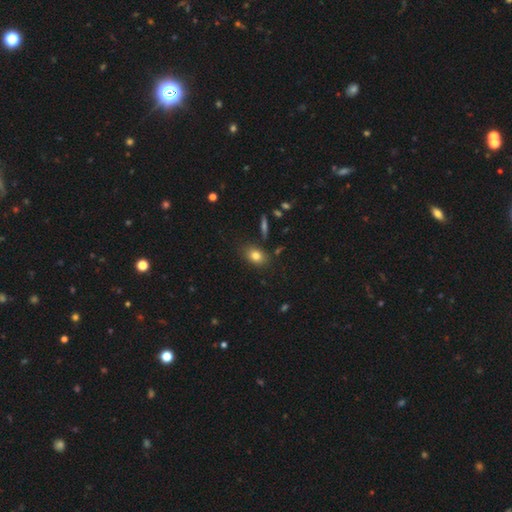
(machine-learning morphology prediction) Smooth or featured: smooth — 80% (star or artifact — 10%)
How rounded: in between — 69% (round — 29%)
Merging: none — 80% (minor disturbance — 13%)